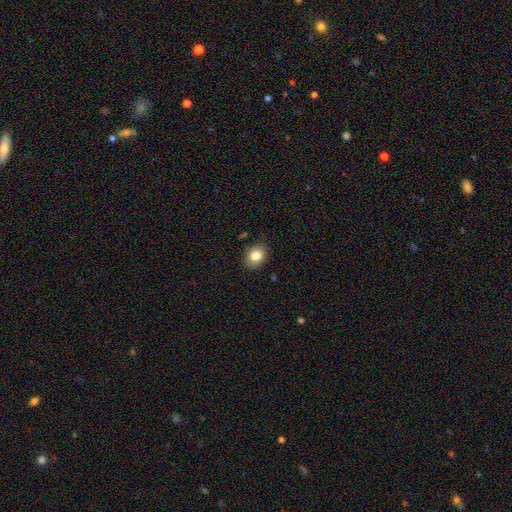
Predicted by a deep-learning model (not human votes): Smooth or featured? Predicted: smooth (p=0.83). How rounded? Predicted: round (p=0.50). Merging? Predicted: none (p=0.86).